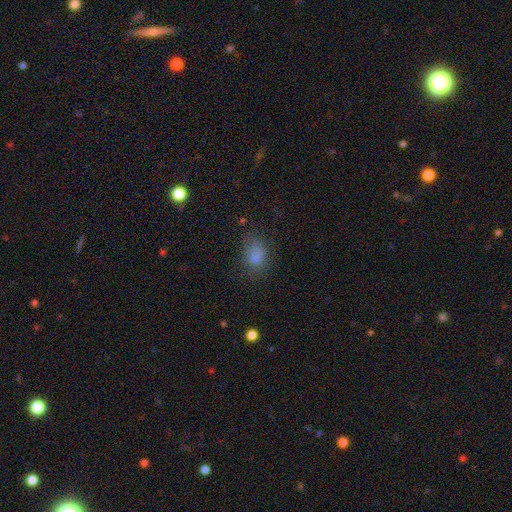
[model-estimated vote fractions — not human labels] This appears to be a smooth galaxy with no disk features (78%) that is in between round and cigar-shaped (67%). Merging: none (61%).